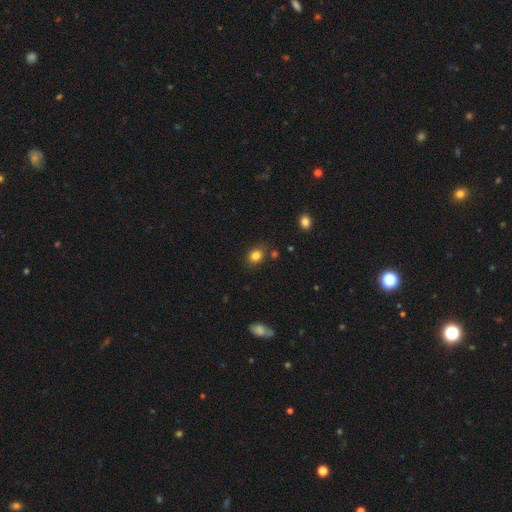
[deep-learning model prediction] Smooth or featured? Predicted: smooth (p=0.83). How rounded? Predicted: round (p=0.52). Merging? Predicted: none (p=0.79).